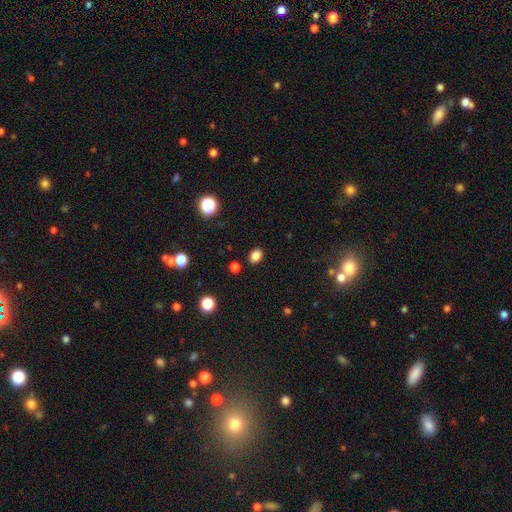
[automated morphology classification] smooth_or_featured: smooth (p=0.83) [alt: star or artifact p=0.13]
how_rounded: in between (p=0.63) [alt: round p=0.36]
merging: none (p=0.88) [alt: minor disturbance p=0.08]